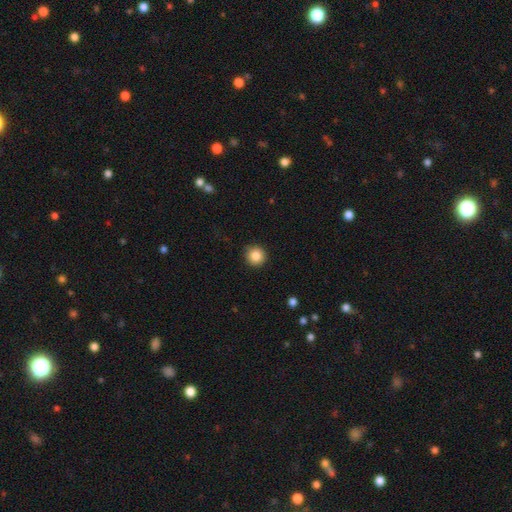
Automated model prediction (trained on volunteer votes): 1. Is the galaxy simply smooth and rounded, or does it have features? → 86% smooth, 9% star or artifact, 5% featured or disk.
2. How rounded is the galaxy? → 95% round, 4% in between, 1% cigar-shaped.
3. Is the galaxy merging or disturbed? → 91% none, 6% minor disturbance, 2% major disturbance, 1% merger.